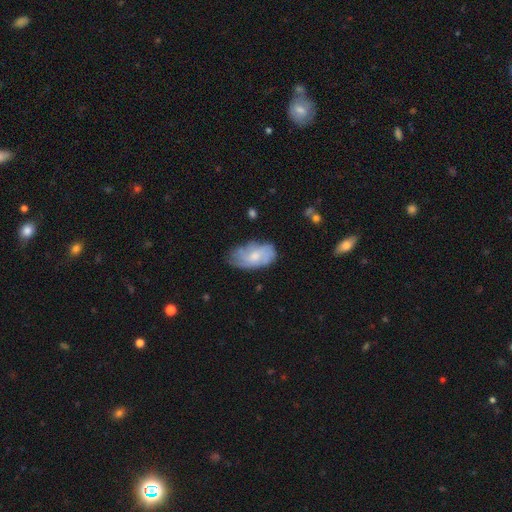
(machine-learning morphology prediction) type=smooth (48%); merging=none (59%).